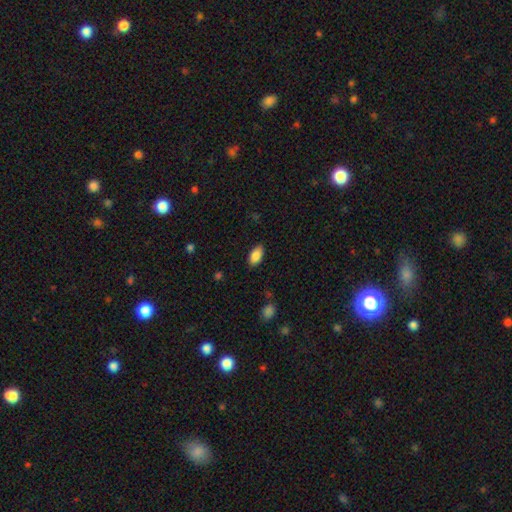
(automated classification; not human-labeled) This appears to be a smooth galaxy with no disk features (87%) that is in between round and cigar-shaped (93%). Merging: none (84%).